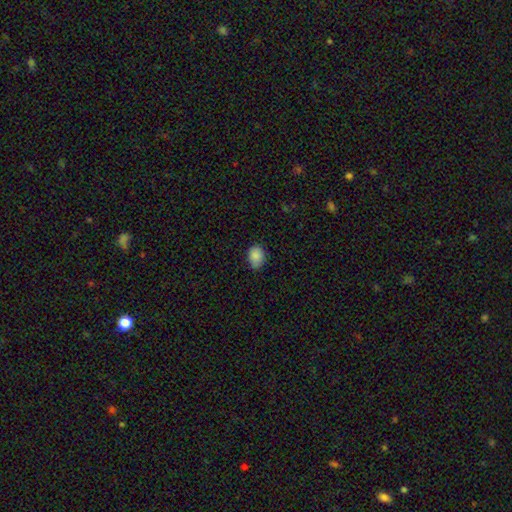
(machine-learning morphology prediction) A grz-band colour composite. It shows a smooth galaxy with no disk features (87%) that is in between round and cigar-shaped (56%). Merging: none (68%).